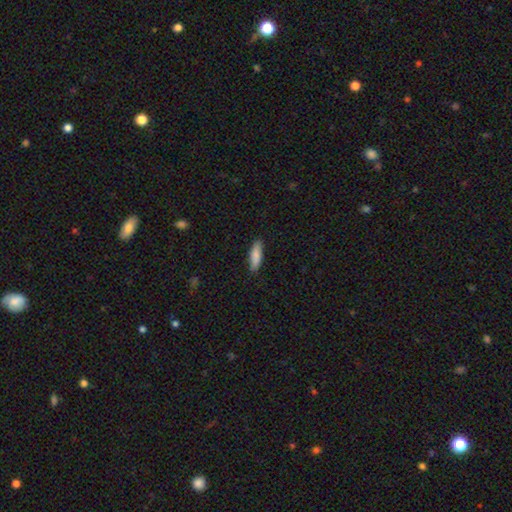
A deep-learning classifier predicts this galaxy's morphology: Smooth or featured?
  - smooth: 86% *
  - featured or disk: 8%
  - star or artifact: 6%
How rounded?
  - cigar-shaped: 53% *
  - in between: 46%
  - round: 2%
Merging?
  - none: 86% *
  - minor disturbance: 11%
  - major disturbance: 2%
  - merger: 1%